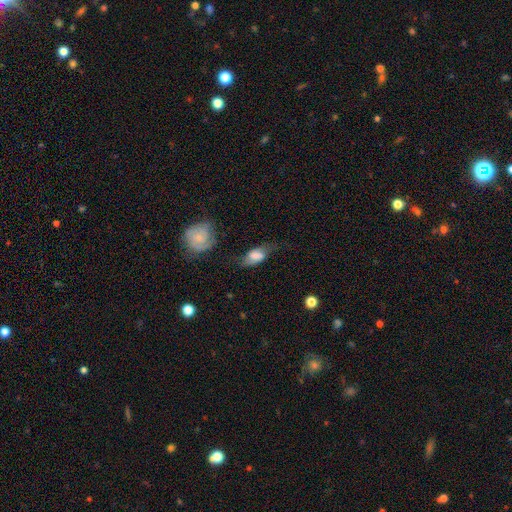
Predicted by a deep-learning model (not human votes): A smooth galaxy with no disk features (50%) that is in between round and cigar-shaped (82%).

Vote fractions:
- Smooth or featured? smooth: 50% / featured or disk: 41% / star or artifact: 8%
- How rounded? in between: 82% / cigar-shaped: 10% / round: 8%
- Merging? none: 48% / minor disturbance: 27% / major disturbance: 19% / merger: 6%